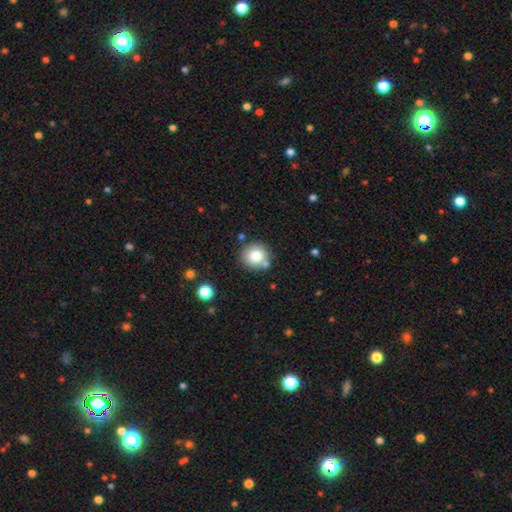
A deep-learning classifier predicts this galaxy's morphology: A smooth galaxy with no disk features (79%) that is round (92%). Merging: none (78%).